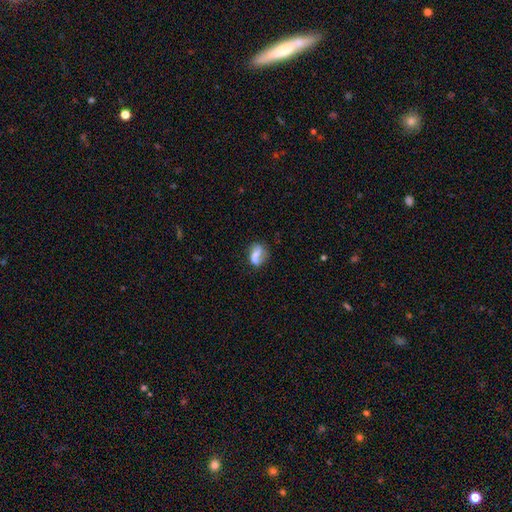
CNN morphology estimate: The model was most divided on "merging": none: 44%, minor disturbance: 23%, merger: 20%, major disturbance: 14%. More confident: how rounded — in between (66%); smooth or featured — smooth (56%).